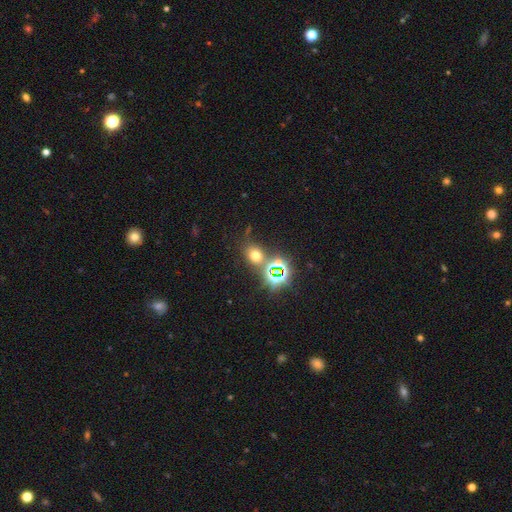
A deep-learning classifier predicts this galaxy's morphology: smooth-or-featured: smooth: 54% | star or artifact: 37% | featured or disk: 9%
  how-rounded: round: 59% | in between: 39% | cigar-shaped: 1%
  merging: none: 71% | merger: 13% | minor disturbance: 11% | major disturbance: 6%